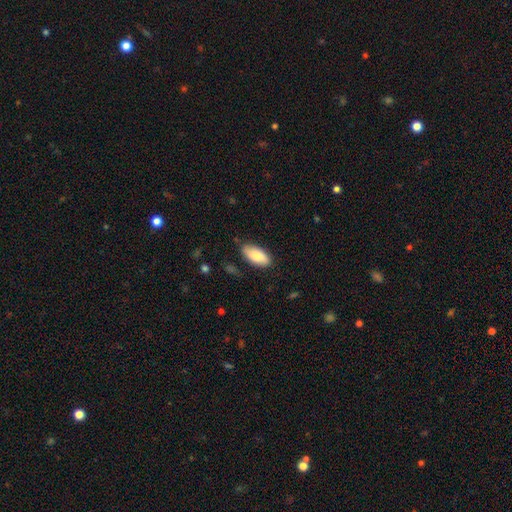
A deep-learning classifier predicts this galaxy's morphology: smooth 80%, featured or disk 14%, star or artifact 6%. Down the decision tree: how rounded — in between (91%); merging — none (79%).